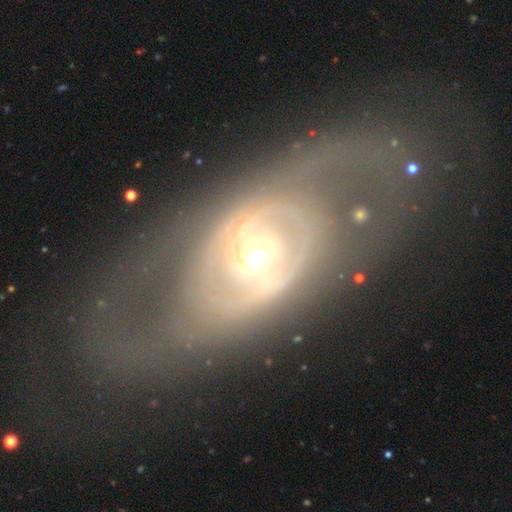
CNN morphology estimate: smooth-or-featured: featured or disk: 79% | smooth: 15% | star or artifact: 6%
  disk-edge-on: no: 89% | yes: 11%
    bar: no: 57% | weak: 27% | strong: 17%
    has-spiral-arms: no: 53% | yes: 47%
    bulge-size: moderate: 54% | small: 36% | large: 7% | dominant: 1% | none: 1%
  merging: none: 68% | major disturbance: 16% | minor disturbance: 14% | merger: 2%